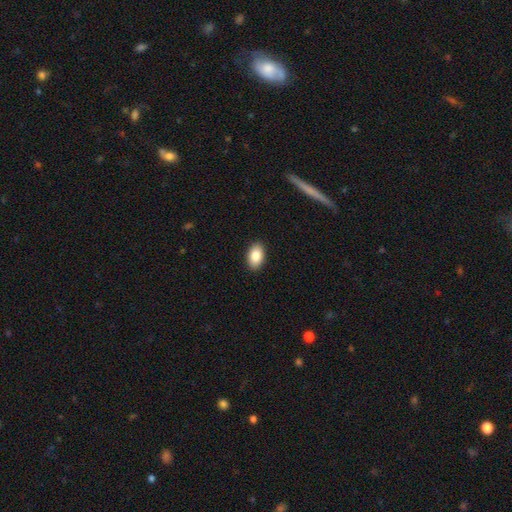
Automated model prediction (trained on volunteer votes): Morphology: type=smooth (87%); roundness=in between (91%); merging=none (90%).